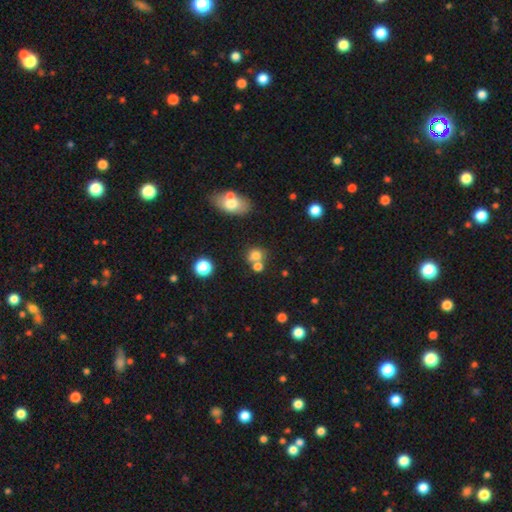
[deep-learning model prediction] Smooth or featured?
  - smooth: 74% *
  - star or artifact: 14%
  - featured or disk: 12%
How rounded?
  - round: 70% *
  - in between: 28%
  - cigar-shaped: 1%
Merging?
  - none: 44% *
  - merger: 42%
  - minor disturbance: 10%
  - major disturbance: 4%